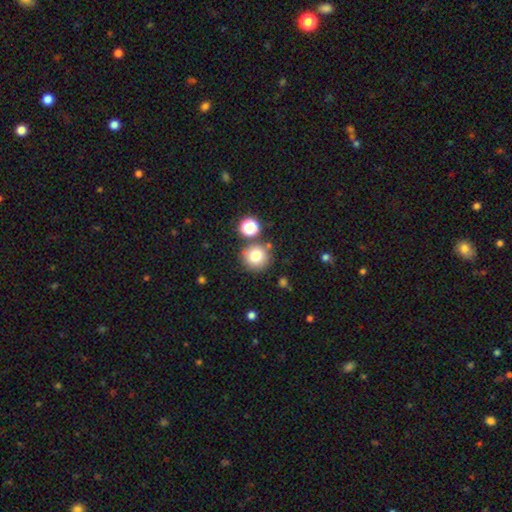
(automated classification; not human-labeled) Smooth or featured? smooth (78%)
How rounded? round (92%)
Merging? none (78%)